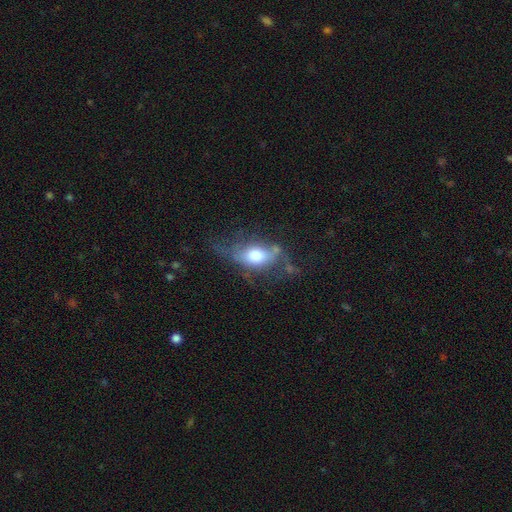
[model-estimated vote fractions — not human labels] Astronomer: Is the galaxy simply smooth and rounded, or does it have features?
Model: smooth — 54% (runner-up: featured or disk, 37%).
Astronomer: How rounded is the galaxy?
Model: in between — 84%.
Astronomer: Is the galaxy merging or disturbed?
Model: none — 35% (runner-up: major disturbance, 31%).